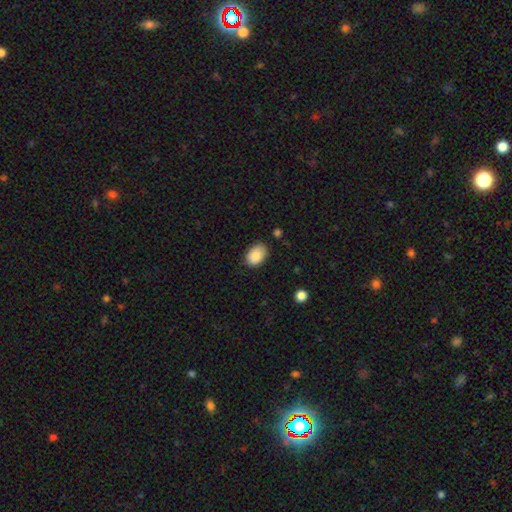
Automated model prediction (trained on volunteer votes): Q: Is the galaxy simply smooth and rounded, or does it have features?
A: smooth — 87%.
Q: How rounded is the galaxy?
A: in between — 81%.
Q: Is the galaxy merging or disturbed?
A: none — 80%.